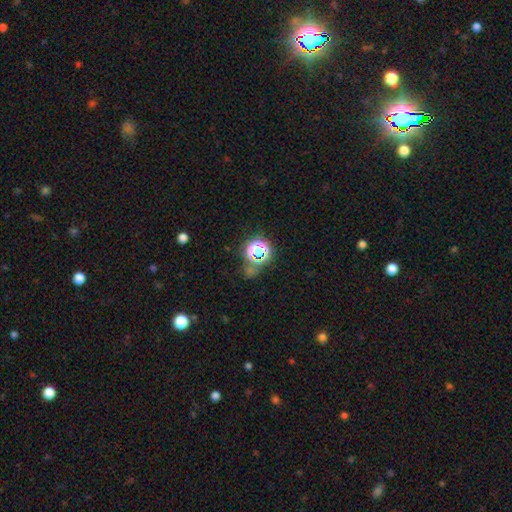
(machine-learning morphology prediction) Smooth or featured? Predicted: star or artifact (p=0.70).